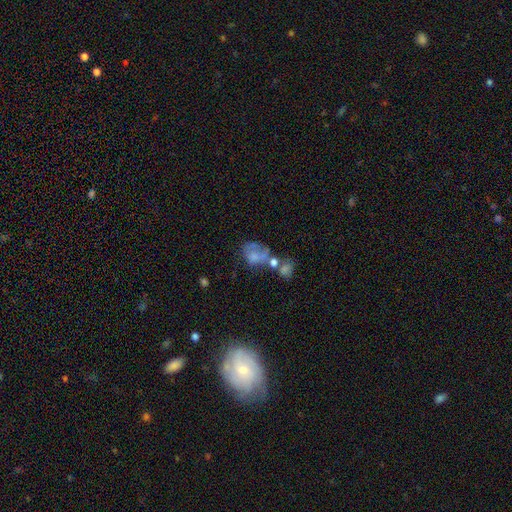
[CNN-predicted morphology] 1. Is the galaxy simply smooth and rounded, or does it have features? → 57% smooth, 30% featured or disk, 12% star or artifact.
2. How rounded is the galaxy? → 65% in between, 33% round, 1% cigar-shaped.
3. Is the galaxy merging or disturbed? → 38% merger, 27% major disturbance, 19% none, 16% minor disturbance.